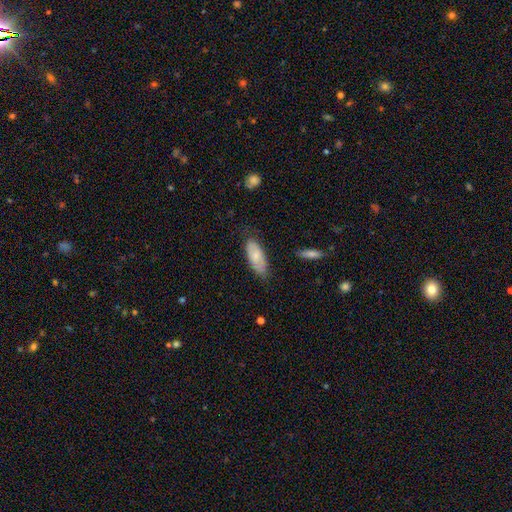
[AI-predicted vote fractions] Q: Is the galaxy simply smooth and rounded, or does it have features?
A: smooth — 70%.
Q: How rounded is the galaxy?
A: in between — 84%.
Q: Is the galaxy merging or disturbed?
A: none — 72%.